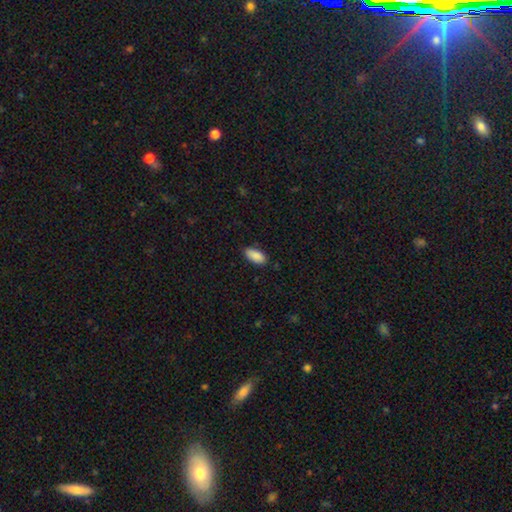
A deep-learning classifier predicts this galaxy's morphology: type=smooth (89%); roundness=in between (90%); merging=none (85%).